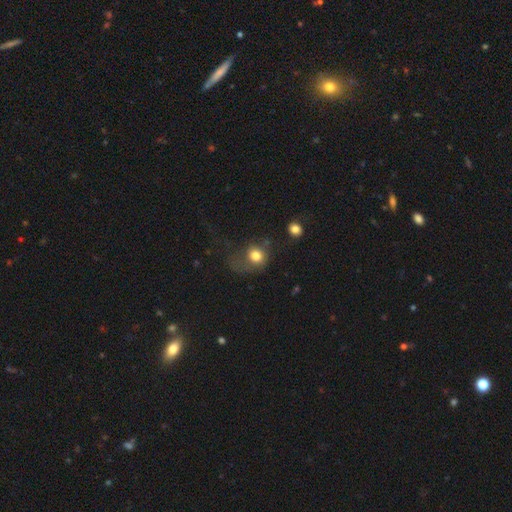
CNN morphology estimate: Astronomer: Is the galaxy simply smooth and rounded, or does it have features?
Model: smooth — 77%.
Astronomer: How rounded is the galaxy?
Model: round — 74%.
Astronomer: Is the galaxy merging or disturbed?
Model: major disturbance — 39% (runner-up: none, 33%).